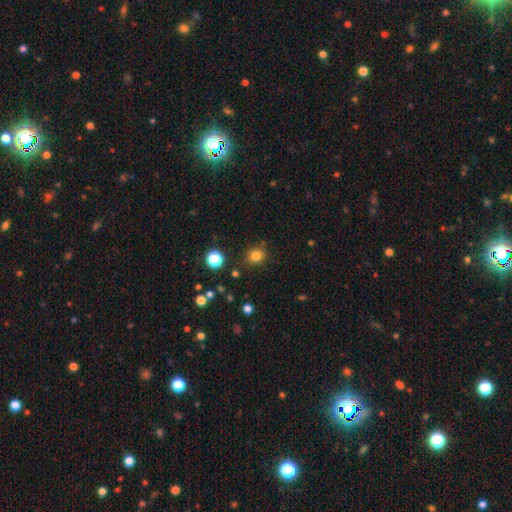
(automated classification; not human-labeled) Smooth or featured? Predicted: smooth (p=0.81). How rounded? Predicted: round (p=0.84). Merging? Predicted: none (p=0.85).